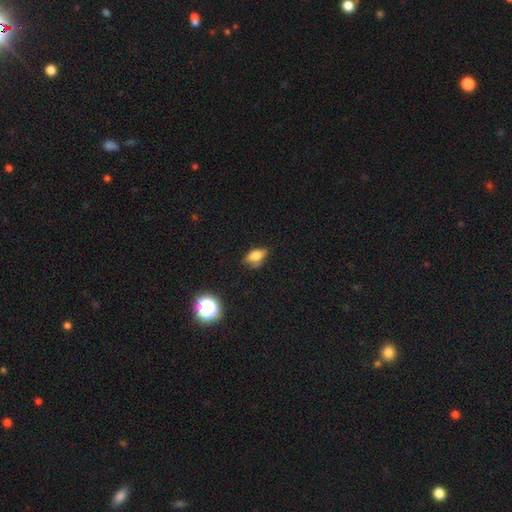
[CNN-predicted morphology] A smooth galaxy with no disk features (66%) that is in between round and cigar-shaped (80%).

Vote fractions:
- Smooth or featured? smooth: 66% / featured or disk: 21% / star or artifact: 13%
- How rounded? in between: 80% / round: 13% / cigar-shaped: 6%
- Merging? none: 56% / minor disturbance: 31% / major disturbance: 10% / merger: 3%